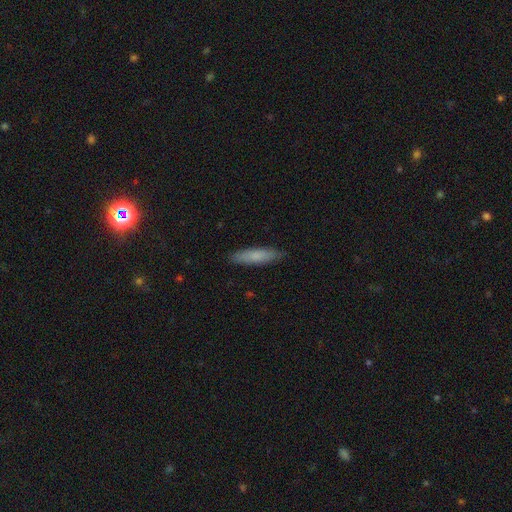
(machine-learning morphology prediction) Smooth or featured? smooth (80%)
How rounded? cigar-shaped (74%)
Merging? none (87%)